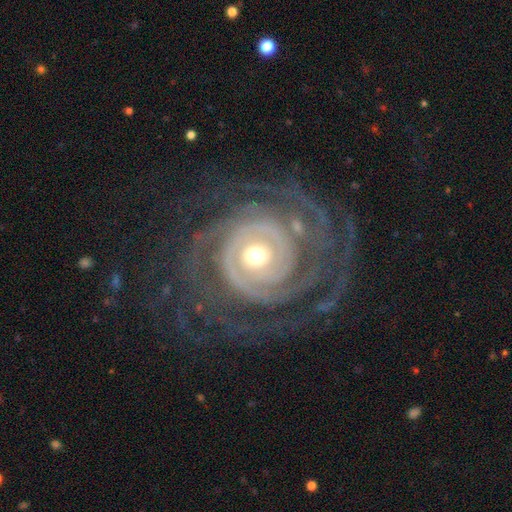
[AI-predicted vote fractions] Smooth or featured? Predicted: featured or disk (p=0.90). Edge-on disk? Predicted: no (p=0.98). Bar? Predicted: no (p=0.78). Spiral arms? Predicted: yes (p=0.95). Spiral winding? Predicted: tight (p=0.71). Spiral arm count? Predicted: 2 (p=0.37). Bulge size? Predicted: moderate (p=0.66). Merging? Predicted: none (p=0.62).